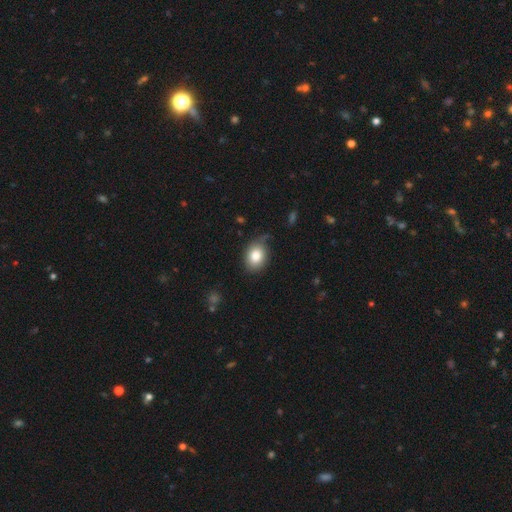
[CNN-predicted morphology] Smooth or featured?
  - smooth: 82% *
  - featured or disk: 10%
  - star or artifact: 8%
How rounded?
  - in between: 61% *
  - round: 39%
  - cigar-shaped: 1%
Merging?
  - none: 71% *
  - minor disturbance: 21%
  - major disturbance: 6%
  - merger: 2%